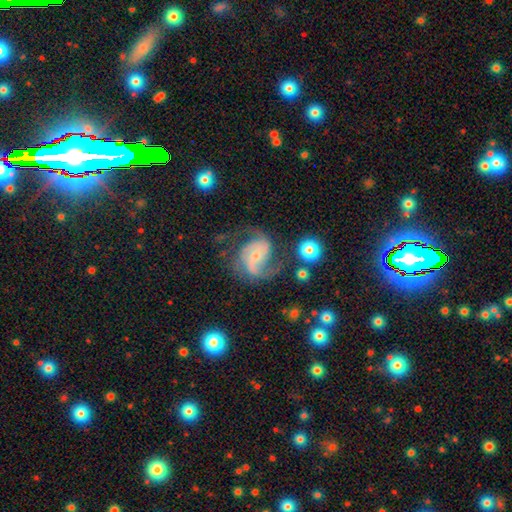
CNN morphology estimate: featured or disk 85%, smooth 9%, star or artifact 6%. Down the decision tree: edge-on disk — no (98%); bar — no (43%); spiral arms — yes (96%); spiral arm count — 2 (63%); spiral winding — medium (51%); bulge size — small (64%); merging — none (52%).